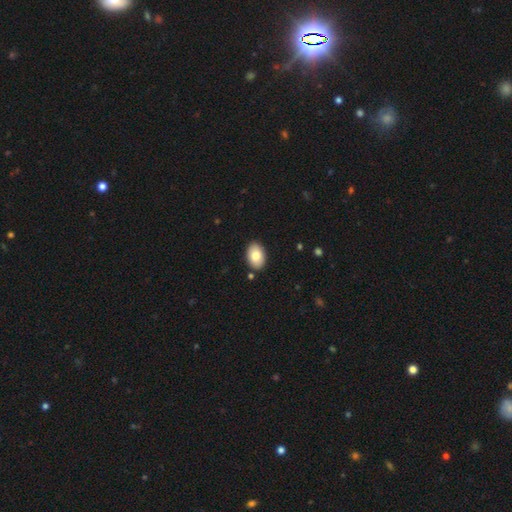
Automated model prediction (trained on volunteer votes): The model was most divided on "smooth or featured": smooth: 81%, featured or disk: 12%, star or artifact: 7%. More confident: how rounded — in between (88%); merging — none (88%).